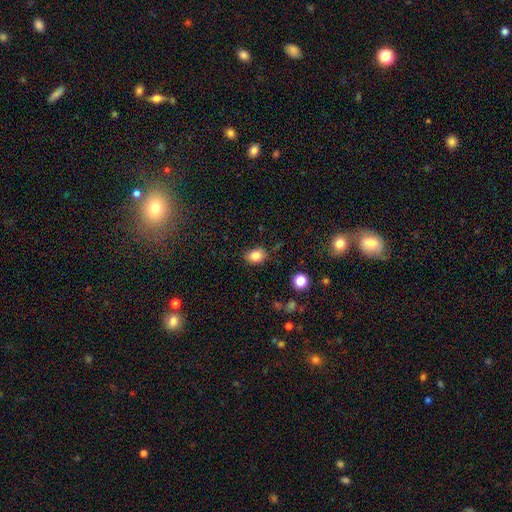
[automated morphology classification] This appears to be a smooth galaxy with no disk features (82%) that is in between round and cigar-shaped (60%). Merging: none (82%).